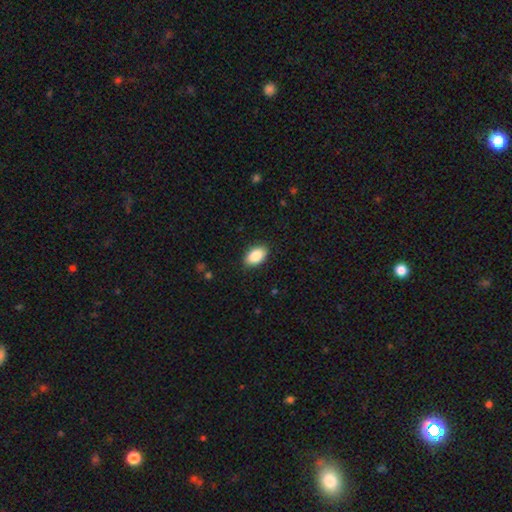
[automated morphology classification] A smooth galaxy with no disk features (88%) that is in between round and cigar-shaped (93%). Merging: none (89%).